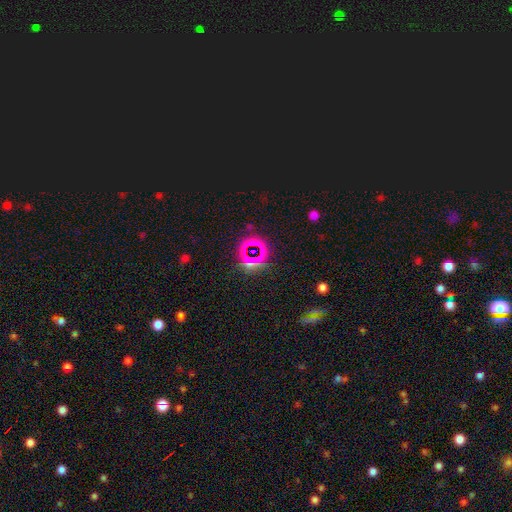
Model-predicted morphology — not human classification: type=star or artifact (73%).